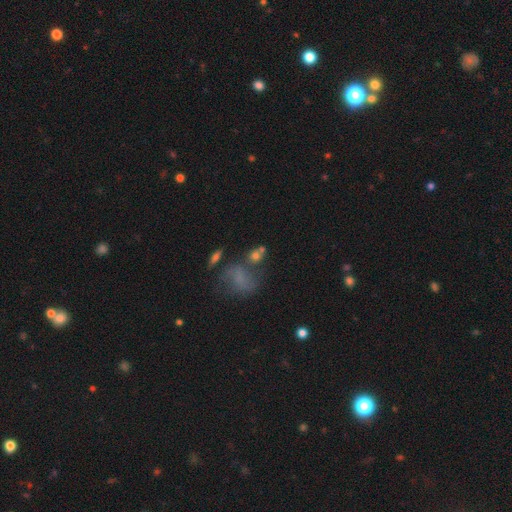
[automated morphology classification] This appears to be a smooth galaxy with no disk features (57%) that is round (51%). Merging: none (46%).